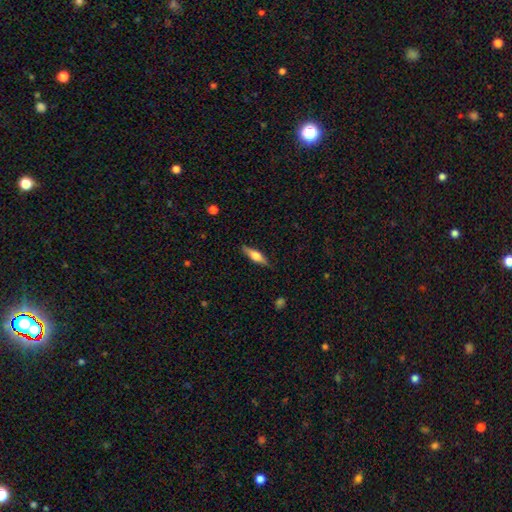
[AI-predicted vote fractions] This appears to be a smooth galaxy with no disk features (47%). Merging: none (85%).